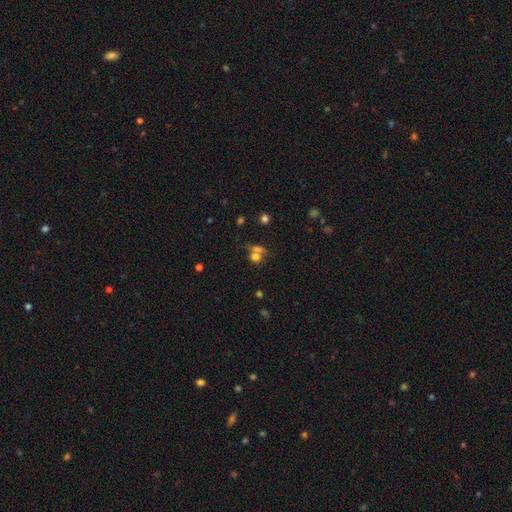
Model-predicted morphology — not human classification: Smooth or featured?
  - smooth: 67% *
  - star or artifact: 19%
  - featured or disk: 14%
How rounded?
  - round: 67% *
  - in between: 29%
  - cigar-shaped: 4%
Merging?
  - merger: 46% *
  - none: 39%
  - minor disturbance: 9%
  - major disturbance: 6%